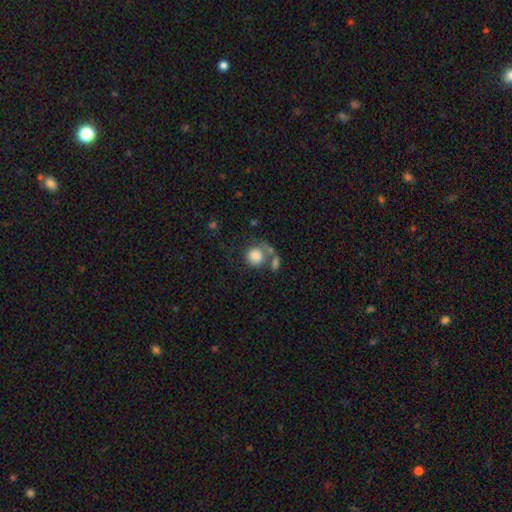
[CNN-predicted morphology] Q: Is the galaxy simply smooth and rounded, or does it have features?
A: smooth — 79%.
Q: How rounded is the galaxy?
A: round — 82%.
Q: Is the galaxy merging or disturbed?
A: none — 38%.